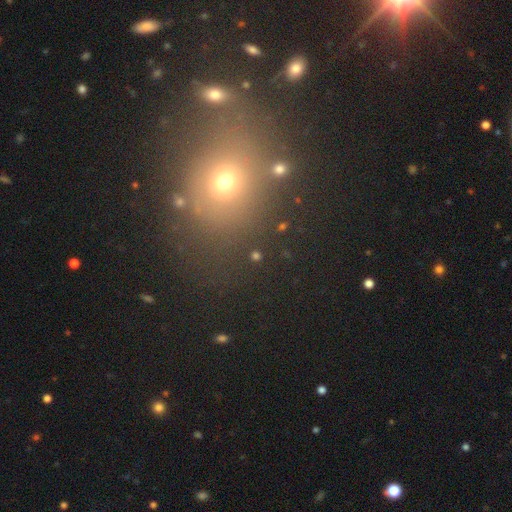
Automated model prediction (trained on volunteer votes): Smooth or featured?
  - smooth: 51% *
  - star or artifact: 38%
  - featured or disk: 11%
How rounded?
  - round: 74% *
  - in between: 23%
  - cigar-shaped: 3%
Merging?
  - none: 79% *
  - minor disturbance: 9%
  - merger: 6%
  - major disturbance: 6%